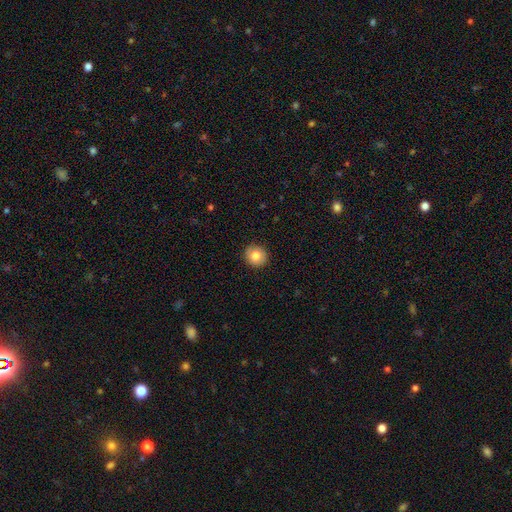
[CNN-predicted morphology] A smooth galaxy with no disk features (81%) that is round (91%). Merging: none (90%).